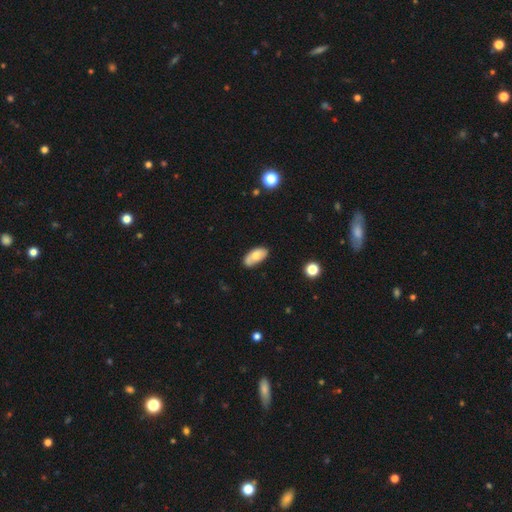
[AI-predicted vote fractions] Morphology: type=smooth (65%); roundness=in between (92%); merging=none (69%).